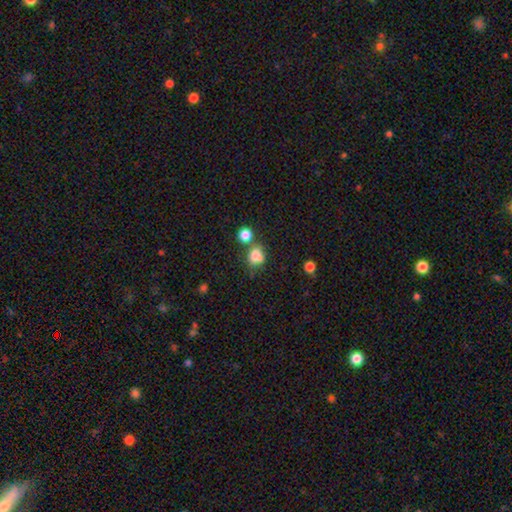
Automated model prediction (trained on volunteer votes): Q: Smooth or featured?
A: smooth (77%); runner-up: star or artifact (13%)
Q: How rounded?
A: round (59%); runner-up: in between (40%)
Q: Merging?
A: none (45%); runner-up: merger (31%)